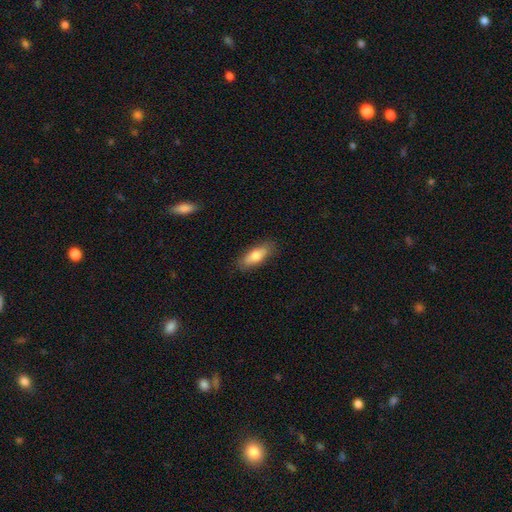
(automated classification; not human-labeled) This is likely a smooth galaxy (74%). How rounded: likely in between (69%). Merging: clearly none (84%).